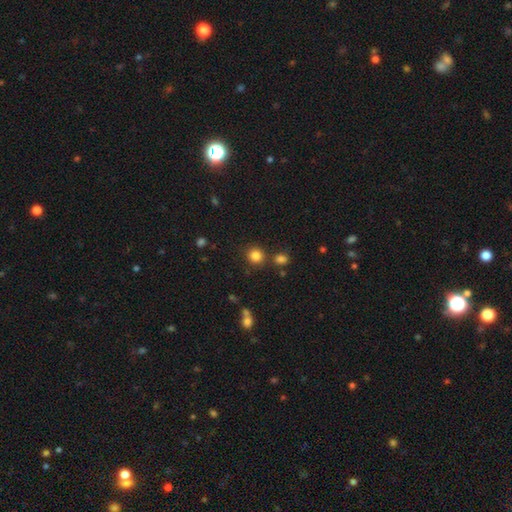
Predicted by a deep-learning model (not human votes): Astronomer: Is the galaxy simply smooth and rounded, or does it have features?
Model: smooth — 83%.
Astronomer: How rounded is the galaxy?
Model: round — 88%.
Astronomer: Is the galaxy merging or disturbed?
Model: none — 80%.